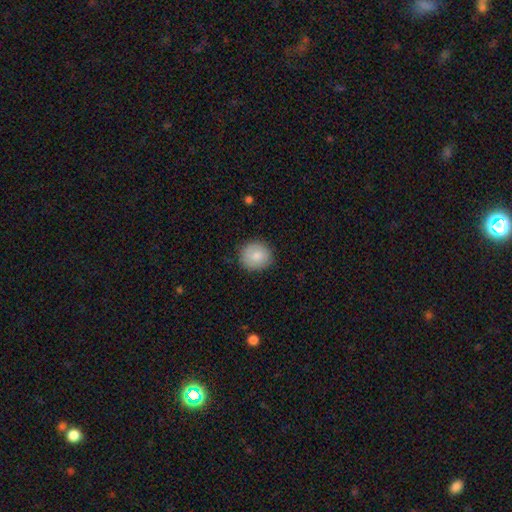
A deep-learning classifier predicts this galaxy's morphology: A smooth galaxy with no disk features (82%) that is round (84%).

Vote fractions:
- Smooth or featured? smooth: 82% / featured or disk: 11% / star or artifact: 7%
- How rounded? round: 84% / in between: 15% / cigar-shaped: 1%
- Merging? none: 86% / minor disturbance: 11% / major disturbance: 2% / merger: 1%